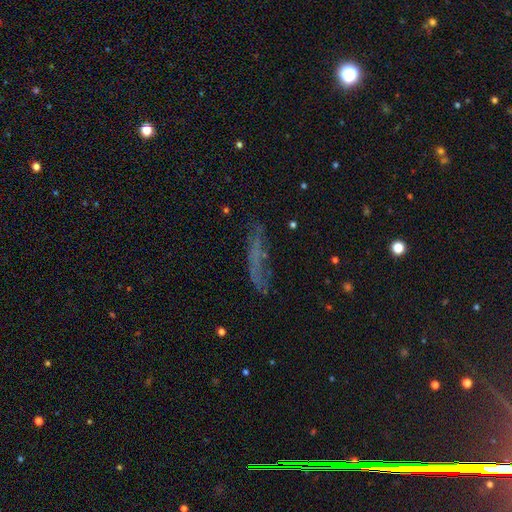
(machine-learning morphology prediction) Smooth or featured: smooth — 46% (featured or disk — 34%)
Merging: none — 53% (minor disturbance — 24%)